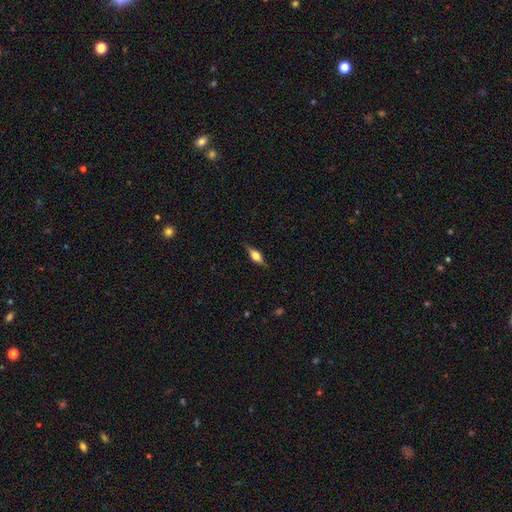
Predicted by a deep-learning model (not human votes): Morphology: type=featured or disk (51%); edge-on=yes (93%); merging=none (83%).